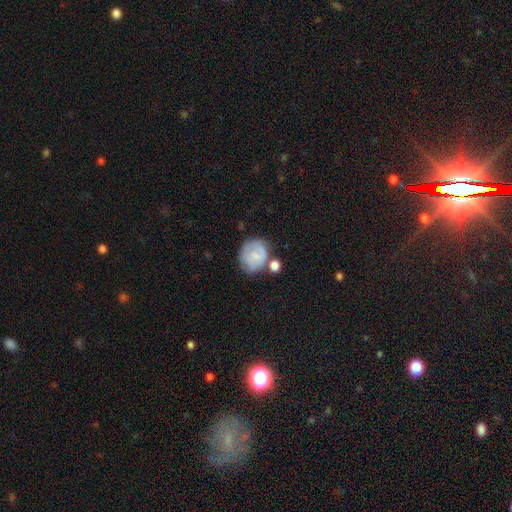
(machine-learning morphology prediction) This is likely a smooth galaxy (65%). How rounded: likely round (75%). Merging: possibly none (49%).